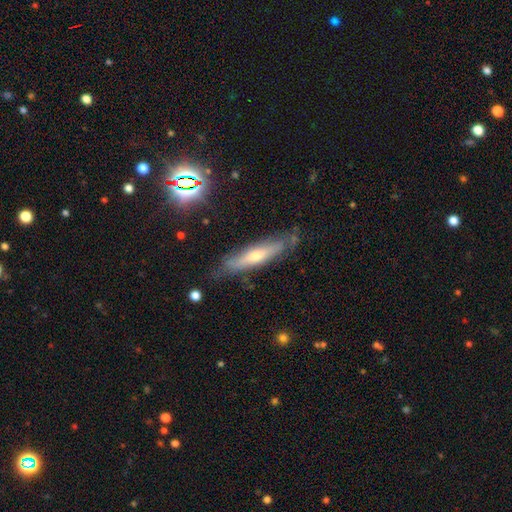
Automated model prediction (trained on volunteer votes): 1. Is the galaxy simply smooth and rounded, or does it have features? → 49% featured or disk, 43% smooth, 8% star or artifact.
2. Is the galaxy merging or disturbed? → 76% none, 18% minor disturbance, 4% major disturbance, 2% merger.